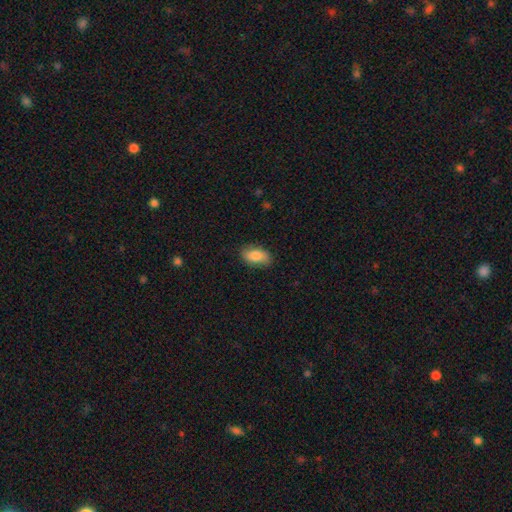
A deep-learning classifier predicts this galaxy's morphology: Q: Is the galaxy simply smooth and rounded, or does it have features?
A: smooth — 82%.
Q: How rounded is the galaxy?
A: in between — 92%.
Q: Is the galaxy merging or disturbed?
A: none — 82%.